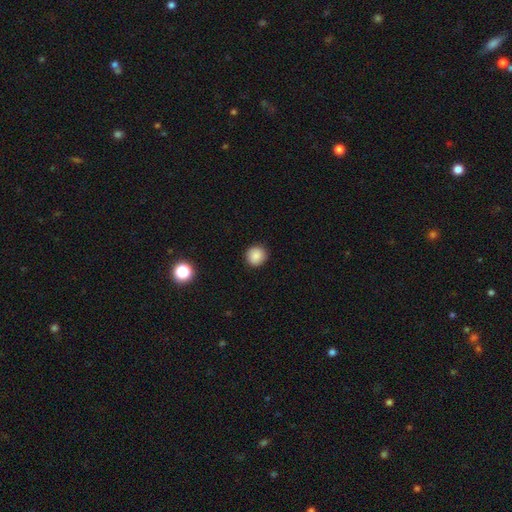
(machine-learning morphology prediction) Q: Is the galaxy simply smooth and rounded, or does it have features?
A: smooth — 86%.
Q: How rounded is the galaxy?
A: round — 92%.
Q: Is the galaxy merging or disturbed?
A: none — 90%.